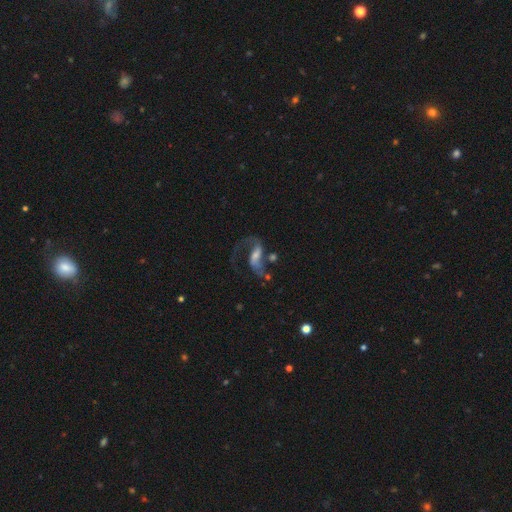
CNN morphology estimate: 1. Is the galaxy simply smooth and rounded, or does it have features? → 74% featured or disk, 17% smooth, 9% star or artifact.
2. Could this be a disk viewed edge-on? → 96% no, 4% yes.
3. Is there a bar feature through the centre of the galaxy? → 44% weak, 28% strong, 28% no.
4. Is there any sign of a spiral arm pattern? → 87% yes, 13% no.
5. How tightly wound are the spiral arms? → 71% loose, 24% medium, 5% tight.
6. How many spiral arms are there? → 67% 2, 26% 1, 4% can't tell, 1% 3, 1% 4, 1% more than 4.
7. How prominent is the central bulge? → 33% small (tied), 33% moderate (tied), 21% none, 11% large, 2% dominant.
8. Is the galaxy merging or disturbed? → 37% major disturbance, 35% none, 14% minor disturbance, 14% merger.